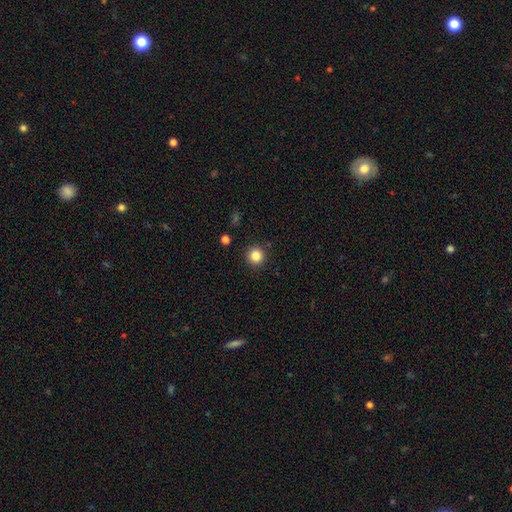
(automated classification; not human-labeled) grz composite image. It shows a smooth galaxy with no disk features (84%) that is round (94%). Merging: none (90%).